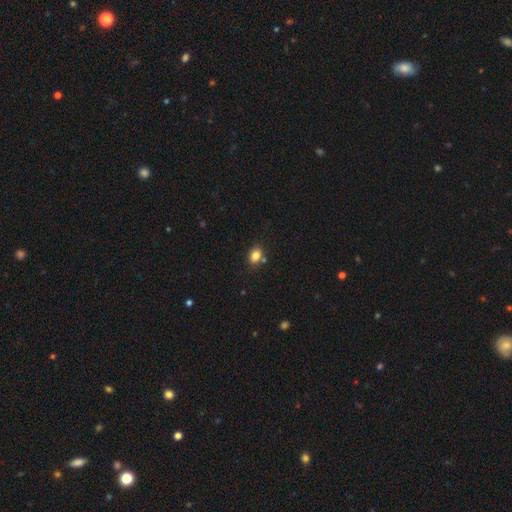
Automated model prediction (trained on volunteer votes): Smooth or featured? smooth (83%)
How rounded? in between (65%)
Merging? none (74%)